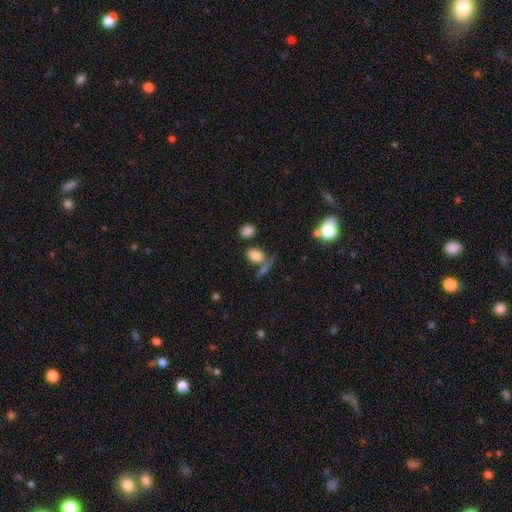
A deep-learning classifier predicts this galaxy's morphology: Smooth or featured: smooth — 82% (star or artifact — 11%)
How rounded: in between — 74% (round — 22%)
Merging: none — 56% (merger — 24%)